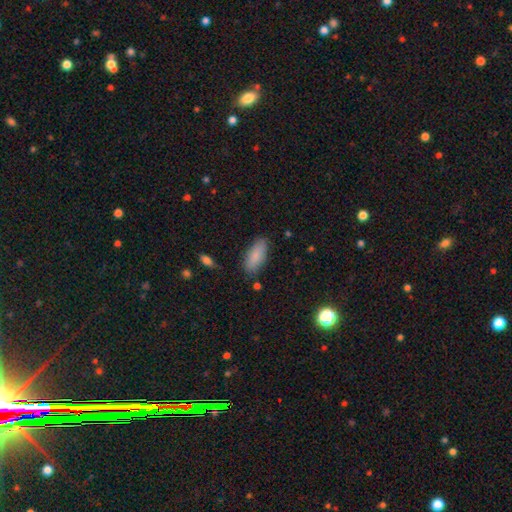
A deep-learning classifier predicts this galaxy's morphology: Q: Smooth or featured?
A: smooth (84%); runner-up: featured or disk (9%)
Q: How rounded?
A: in between (79%); runner-up: cigar-shaped (19%)
Q: Merging?
A: none (82%); runner-up: minor disturbance (13%)